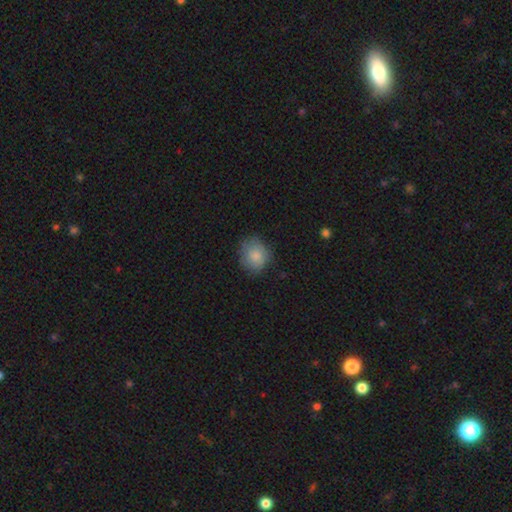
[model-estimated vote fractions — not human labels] smooth 82%, featured or disk 10%, star or artifact 8%. Down the decision tree: how rounded — round (76%); merging — none (73%).